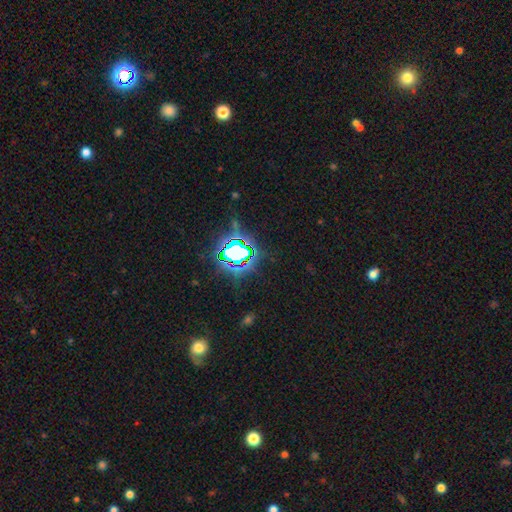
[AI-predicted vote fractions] star or artifact 81%, smooth 12%, featured or disk 7%.